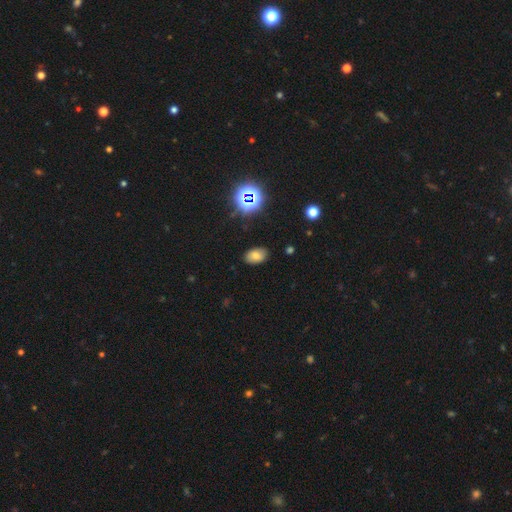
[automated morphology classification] Smooth or featured? Predicted: smooth (p=0.69). How rounded? Predicted: in between (p=0.89). Merging? Predicted: none (p=0.86).